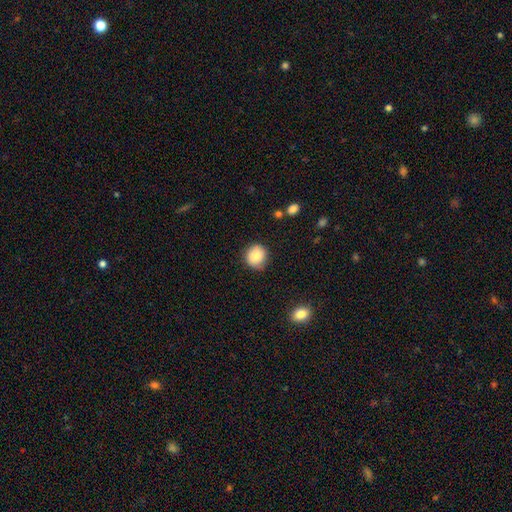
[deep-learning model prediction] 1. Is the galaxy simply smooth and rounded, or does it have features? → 83% smooth, 9% star or artifact, 8% featured or disk.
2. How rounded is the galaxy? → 86% round, 13% in between, 1% cigar-shaped.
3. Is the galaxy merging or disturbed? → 79% none, 16% minor disturbance, 3% major disturbance, 2% merger.